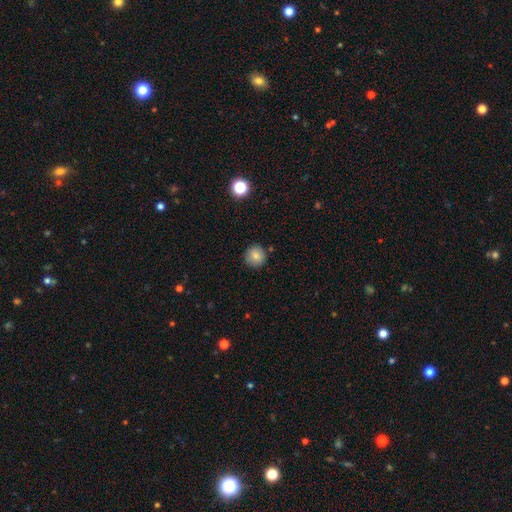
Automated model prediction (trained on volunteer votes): Q: Smooth or featured?
A: smooth (81%); runner-up: star or artifact (10%)
Q: How rounded?
A: round (94%); runner-up: in between (5%)
Q: Merging?
A: none (88%); runner-up: minor disturbance (8%)